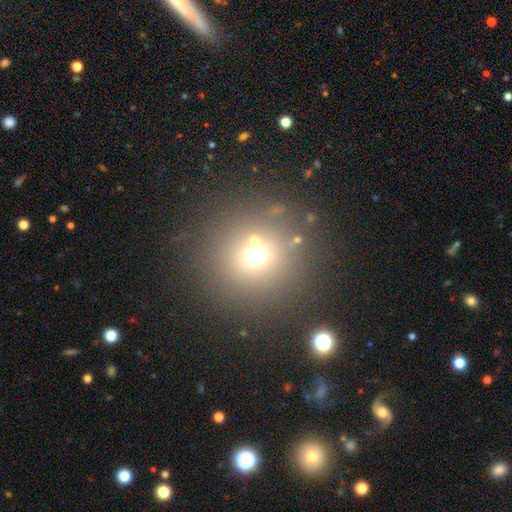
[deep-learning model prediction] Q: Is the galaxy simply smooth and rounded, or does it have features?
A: smooth — 63%.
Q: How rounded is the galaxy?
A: round — 92%.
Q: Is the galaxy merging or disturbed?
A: none — 75%.